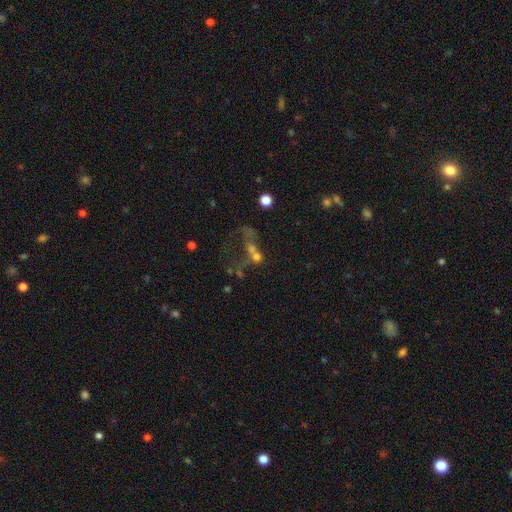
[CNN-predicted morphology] smooth-or-featured: smooth: 46% | featured or disk: 30% | star or artifact: 24%
  merging: merger: 52% | none: 23% | major disturbance: 18% | minor disturbance: 7%